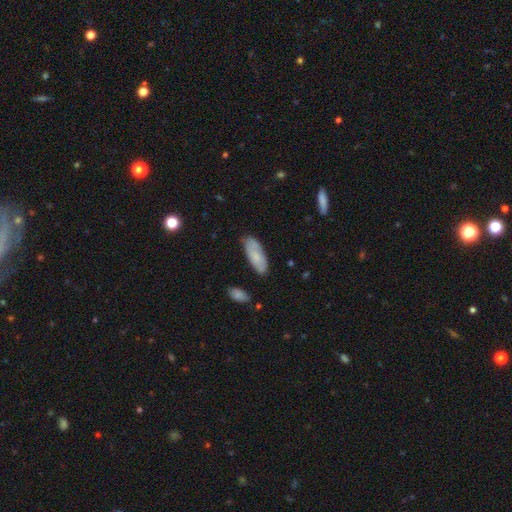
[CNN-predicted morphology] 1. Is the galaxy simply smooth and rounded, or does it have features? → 72% smooth, 22% featured or disk, 7% star or artifact.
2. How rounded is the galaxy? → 77% in between, 21% cigar-shaped, 2% round.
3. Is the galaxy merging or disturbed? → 78% none, 16% minor disturbance, 3% major disturbance, 2% merger.